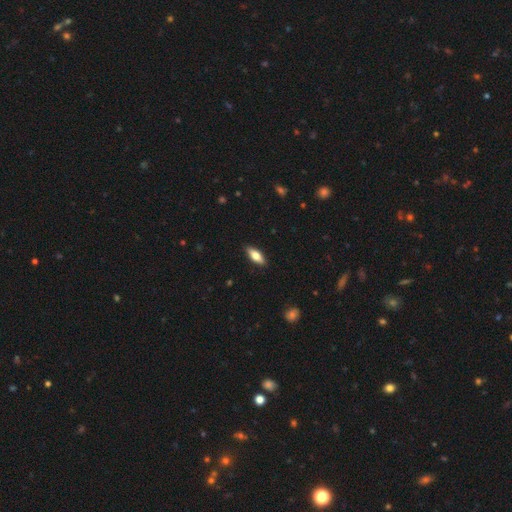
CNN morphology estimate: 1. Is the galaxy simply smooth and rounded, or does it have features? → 72% smooth, 22% featured or disk, 6% star or artifact.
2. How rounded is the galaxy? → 72% in between, 26% cigar-shaped, 2% round.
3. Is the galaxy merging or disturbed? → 88% none, 9% minor disturbance, 2% major disturbance, 1% merger.